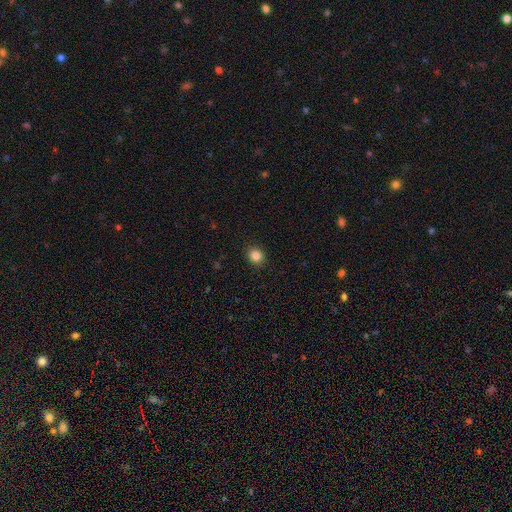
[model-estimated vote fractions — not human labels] This is clearly a smooth galaxy (84%). How rounded: likely round (76%). Merging: clearly none (91%).